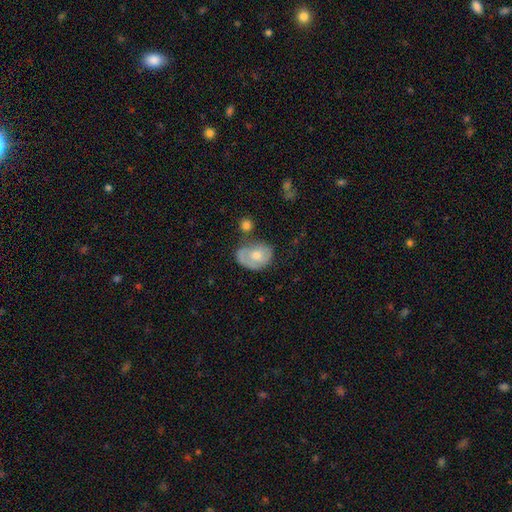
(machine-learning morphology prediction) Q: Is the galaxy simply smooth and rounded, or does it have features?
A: smooth — 53%.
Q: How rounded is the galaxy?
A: in between — 66%.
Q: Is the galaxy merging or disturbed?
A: none — 45%.